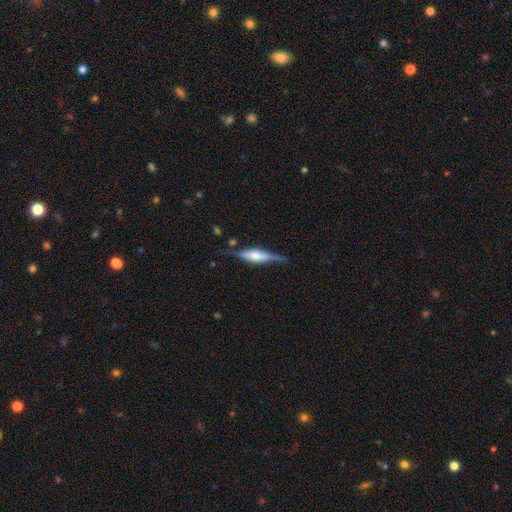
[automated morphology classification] smooth_or_featured: featured or disk (p=0.65) [alt: smooth p=0.29]
disk_edge_on: yes (p=0.94) [alt: no p=0.06]
edge_on_bulge: rounded (p=0.62) [alt: boxy p=0.32]
merging: none (p=0.71) [alt: minor disturbance p=0.20]